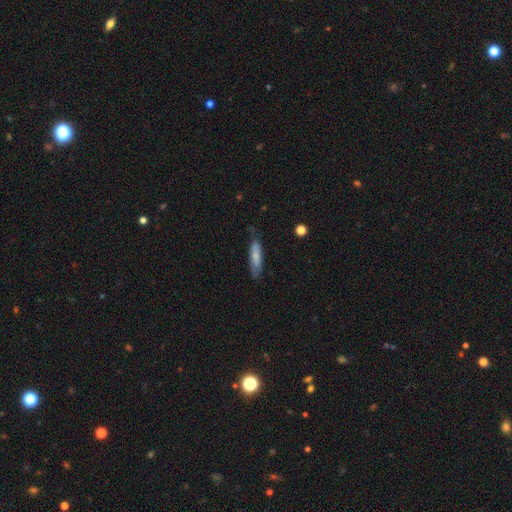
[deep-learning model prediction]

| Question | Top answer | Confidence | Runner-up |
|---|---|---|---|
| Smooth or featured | smooth | 71% | featured or disk (23%) |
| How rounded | cigar-shaped | 67% | in between (32%) |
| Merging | none | 70% | minor disturbance (23%) |